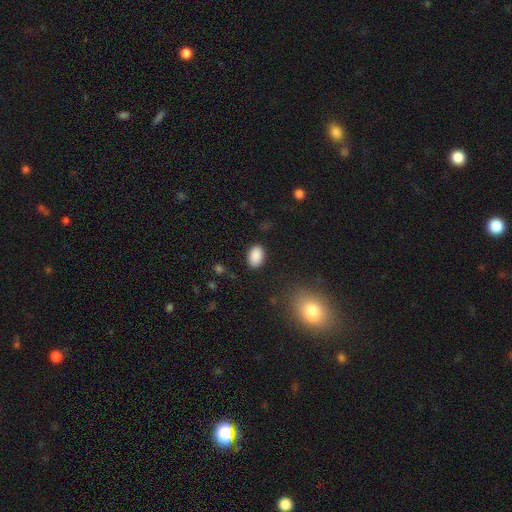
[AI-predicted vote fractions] This is clearly a smooth galaxy (89%). How rounded: clearly in between (88%). Merging: clearly none (86%).